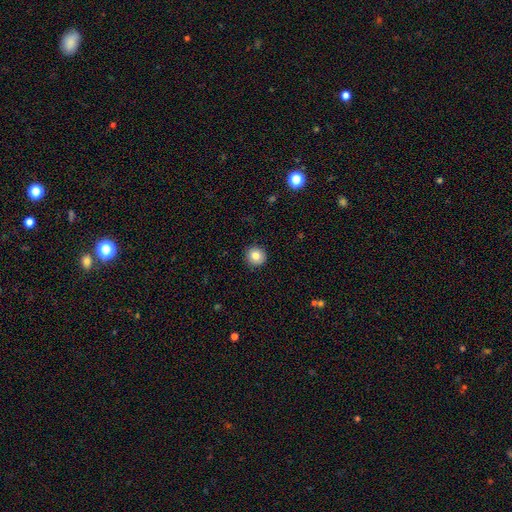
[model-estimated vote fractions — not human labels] A smooth galaxy with no disk features (82%) that is round (94%).

Vote fractions:
- Smooth or featured? smooth: 82% / star or artifact: 9% / featured or disk: 8%
- How rounded? round: 94% / in between: 5% / cigar-shaped: 1%
- Merging? none: 92% / minor disturbance: 6% / major disturbance: 2% / merger: 1%